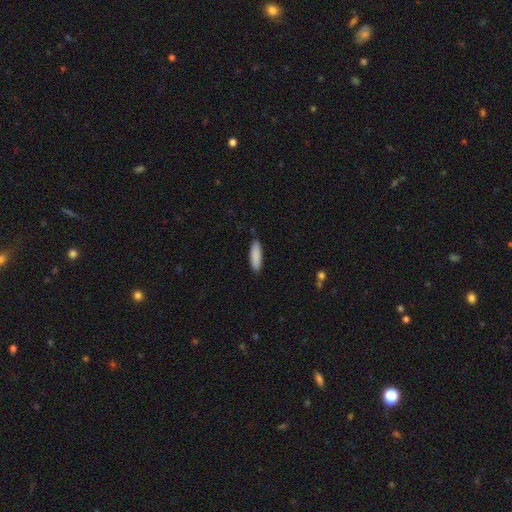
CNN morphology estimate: smooth-or-featured: smooth: 88% | featured or disk: 6% | star or artifact: 6%
  how-rounded: cigar-shaped: 56% | in between: 43% | round: 1%
  merging: none: 84% | minor disturbance: 13% | major disturbance: 2% | merger: 1%